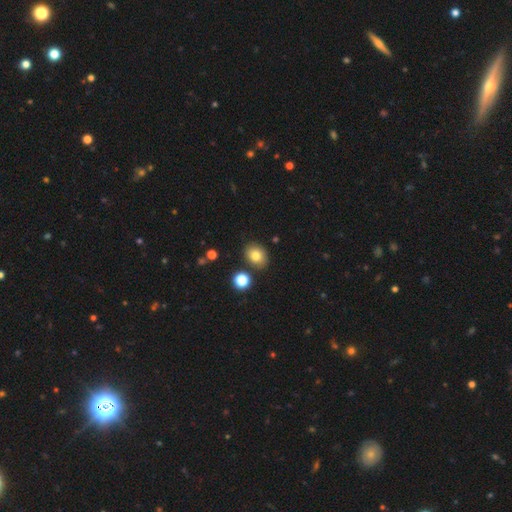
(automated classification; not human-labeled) This is clearly a smooth galaxy (80%). How rounded: possibly in between (50%). Merging: clearly none (82%).